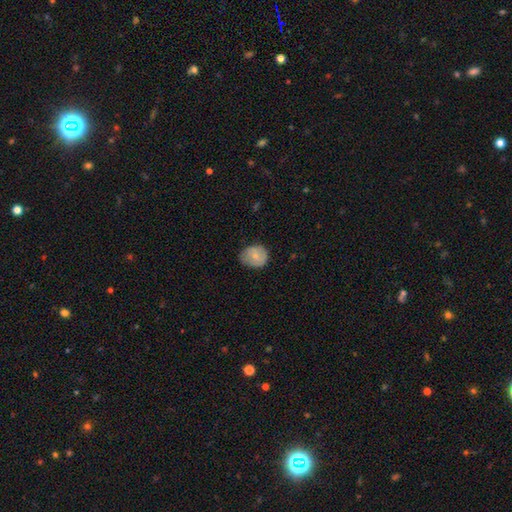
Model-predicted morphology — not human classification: smooth 72%, featured or disk 20%, star or artifact 8%. Down the decision tree: how rounded — round (61%); merging — none (58%).